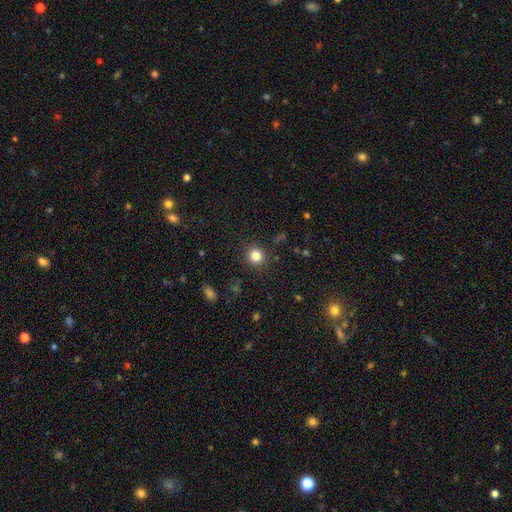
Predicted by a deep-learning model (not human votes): The model was most divided on "smooth or featured": smooth: 82%, star or artifact: 13%, featured or disk: 5%. More confident: merging — none (90%); how rounded — round (89%).